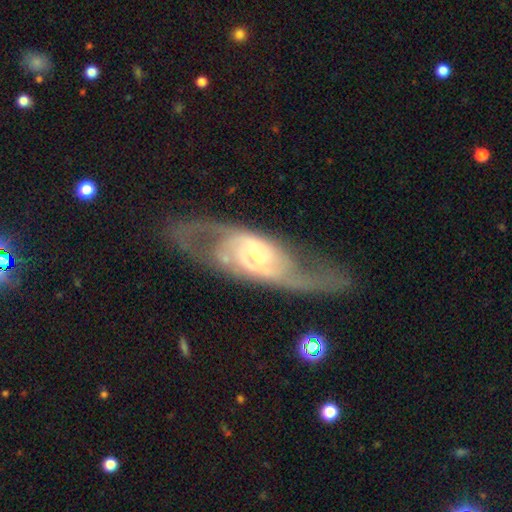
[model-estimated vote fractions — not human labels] smooth_or_featured: featured or disk (p=0.87) [alt: smooth p=0.08]
disk_edge_on: no (p=0.91) [alt: yes p=0.09]
bar: no (p=0.55) [alt: weak p=0.34]
has_spiral_arms: yes (p=0.94) [alt: no p=0.06]
spiral_winding: medium (p=0.46) [alt: tight p=0.31]
spiral_arm_count: 2 (p=0.78) [alt: can't tell p=0.11]
bulge_size: small (p=0.55) [alt: moderate p=0.39]
merging: none (p=0.65) [alt: minor disturbance p=0.17]